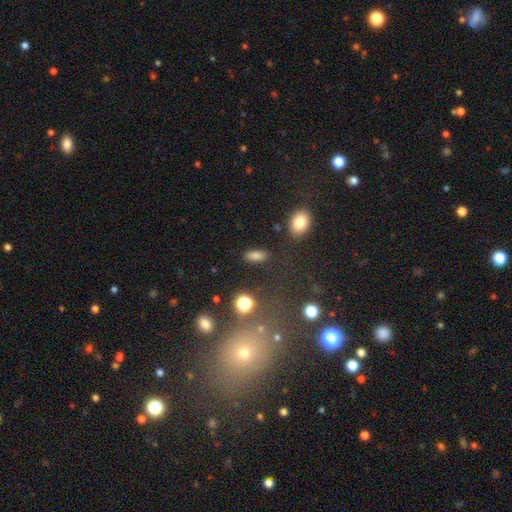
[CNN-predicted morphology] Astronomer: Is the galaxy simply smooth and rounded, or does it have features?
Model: smooth — 81%.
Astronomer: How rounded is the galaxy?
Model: in between — 76%.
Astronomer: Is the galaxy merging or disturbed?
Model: none — 83%.